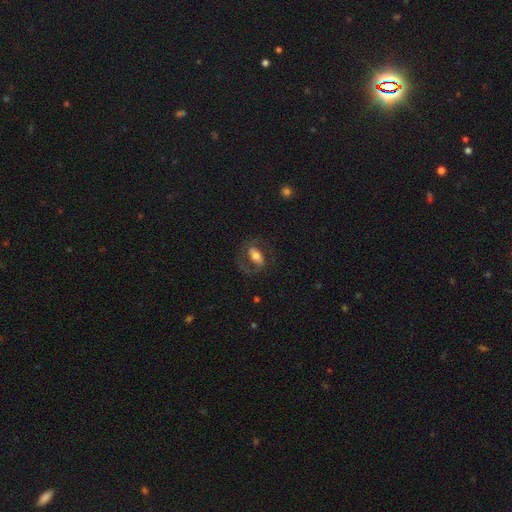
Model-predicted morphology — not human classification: This is possibly a featured or disk galaxy (54%). It is clearly not viewed edge-on (92%). Merging: likely none (61%).